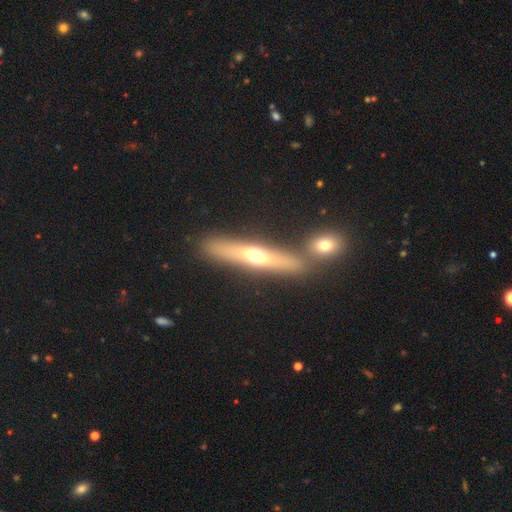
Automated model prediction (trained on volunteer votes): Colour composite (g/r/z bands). It shows a featured or disk galaxy (52%) viewed edge-on (85%). Merging: none (72%).